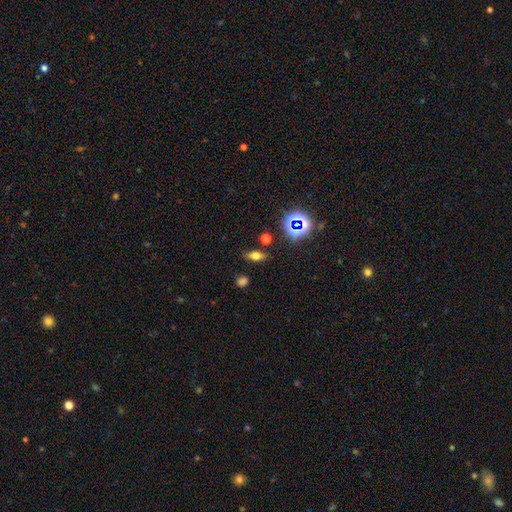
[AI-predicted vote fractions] Smooth or featured?
  - smooth: 58% *
  - featured or disk: 22%
  - star or artifact: 20%
How rounded?
  - in between: 66% *
  - cigar-shaped: 19%
  - round: 14%
Merging?
  - none: 84% *
  - minor disturbance: 10%
  - major disturbance: 3%
  - merger: 3%